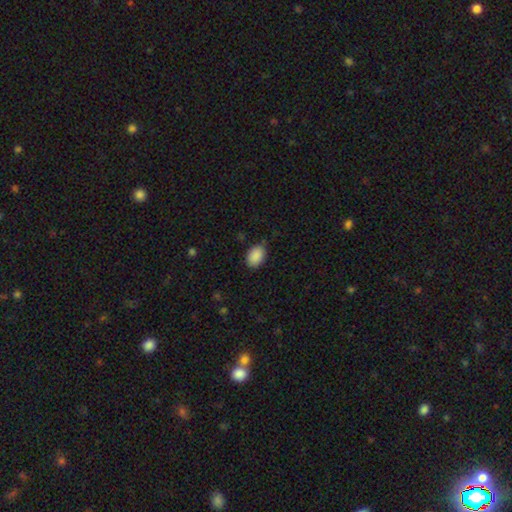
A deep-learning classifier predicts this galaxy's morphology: The model was most divided on "merging": none: 79%, minor disturbance: 17%, major disturbance: 3%, merger: 1%. More confident: smooth or featured — smooth (90%); how rounded — in between (82%).